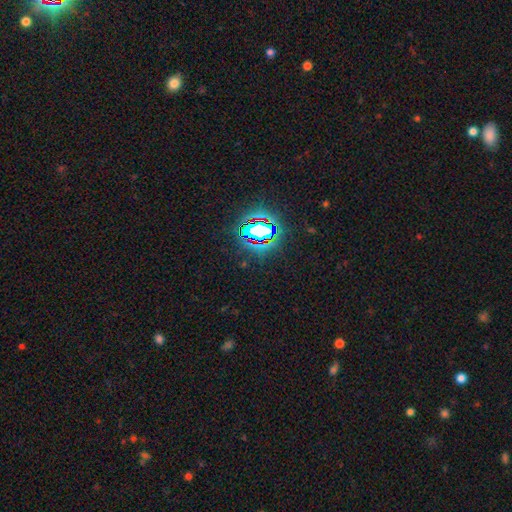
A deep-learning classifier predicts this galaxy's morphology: Smooth or featured? Predicted: star or artifact (p=0.83).